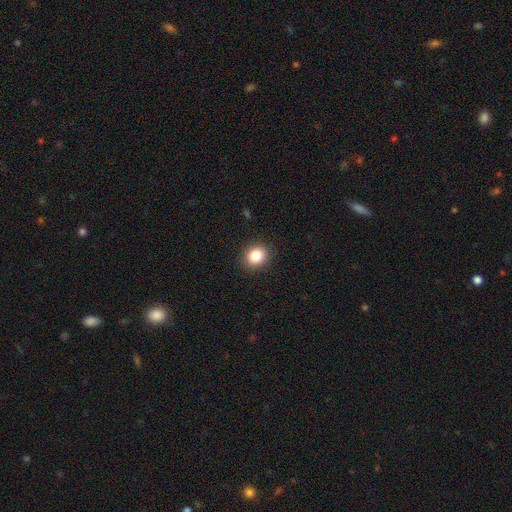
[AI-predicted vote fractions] smooth 85%, star or artifact 10%, featured or disk 5%. Down the decision tree: how rounded — round (66%); merging — none (89%).